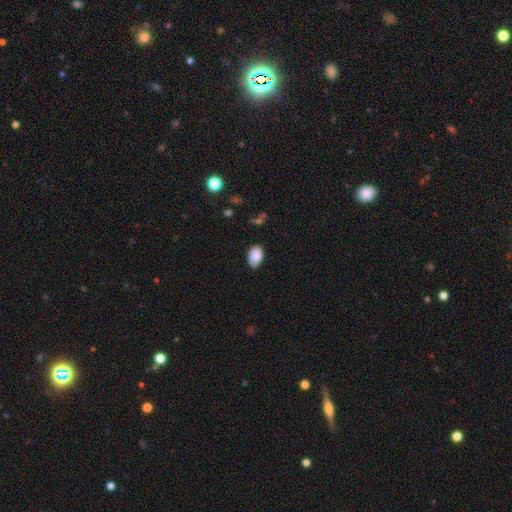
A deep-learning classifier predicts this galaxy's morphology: The model was most divided on "merging": none: 72%, minor disturbance: 24%, major disturbance: 3%, merger: 1%. More confident: how rounded — in between (90%); smooth or featured — smooth (87%).